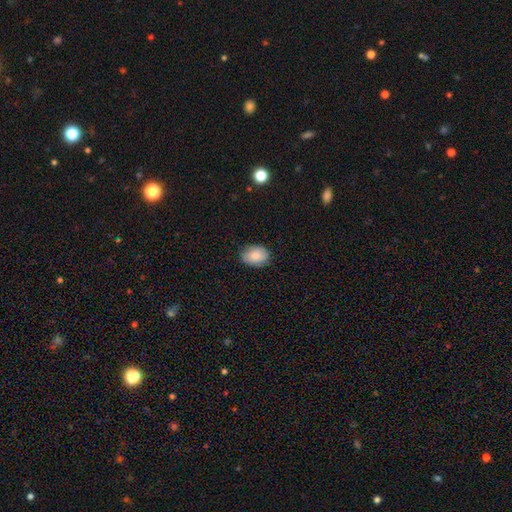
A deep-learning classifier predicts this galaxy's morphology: smooth_or_featured: smooth (p=0.85) [alt: featured or disk p=0.08]
how_rounded: in between (p=0.76) [alt: round p=0.23]
merging: none (p=0.83) [alt: minor disturbance p=0.13]